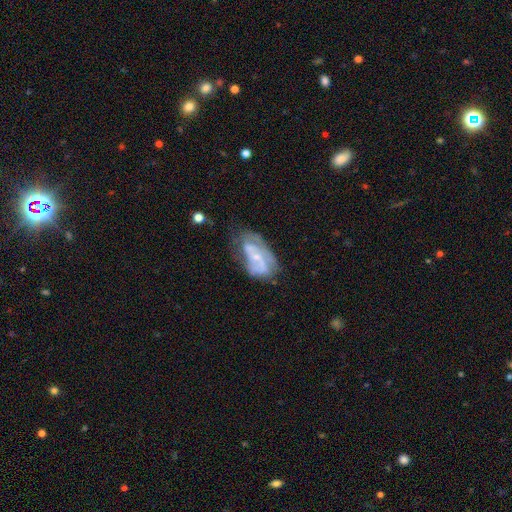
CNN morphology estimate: Q: Smooth or featured?
A: featured or disk (69%); runner-up: smooth (23%)
Q: Edge-on disk?
A: no (96%); runner-up: yes (4%)
Q: Bar?
A: no (59%); runner-up: weak (32%)
Q: Spiral arms?
A: yes (68%); runner-up: no (32%)
Q: Bulge size?
A: small (62%); runner-up: moderate (23%)
Q: Merging?
A: none (41%); runner-up: minor disturbance (28%)